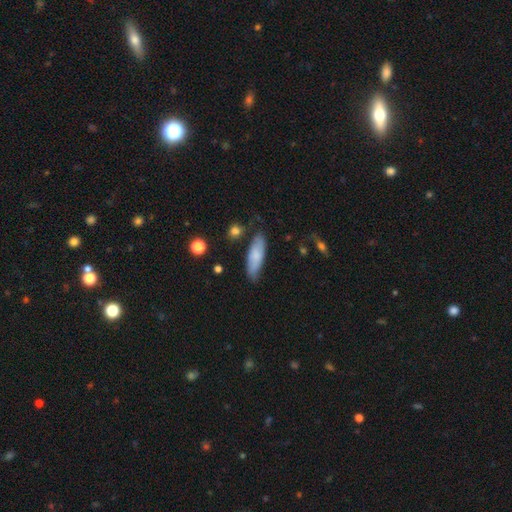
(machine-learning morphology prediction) This is likely a smooth galaxy (76%). How rounded: possibly in between (52%). Merging: likely none (75%).